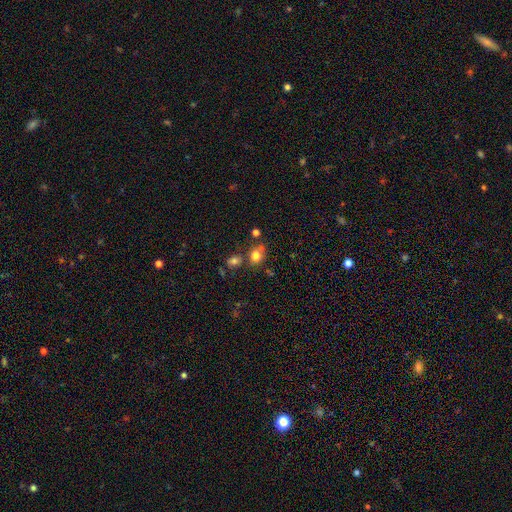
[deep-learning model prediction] smooth-or-featured: smooth: 79% | star or artifact: 12% | featured or disk: 9%
  how-rounded: round: 50% | in between: 48% | cigar-shaped: 1%
  merging: none: 55% | merger: 20% | minor disturbance: 18% | major disturbance: 7%